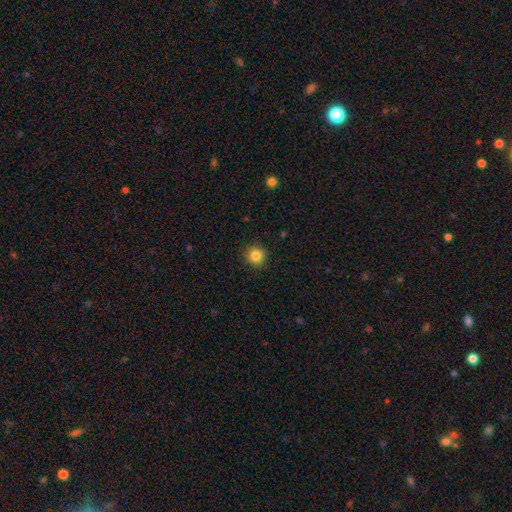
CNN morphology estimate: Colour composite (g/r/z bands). It shows a smooth galaxy with no disk features (85%) that is round (94%). Merging: none (92%).